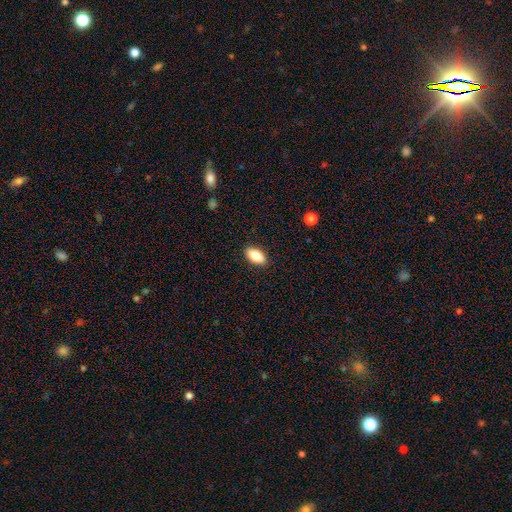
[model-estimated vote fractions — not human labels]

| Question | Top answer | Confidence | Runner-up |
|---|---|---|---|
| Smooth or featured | smooth | 85% | featured or disk (8%) |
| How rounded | in between | 91% | cigar-shaped (5%) |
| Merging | none | 90% | minor disturbance (8%) |